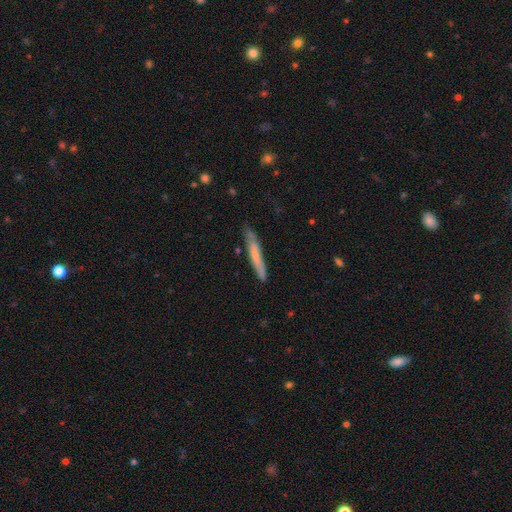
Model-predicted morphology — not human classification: Smooth or featured? smooth (60%)
How rounded? cigar-shaped (95%)
Merging? none (78%)